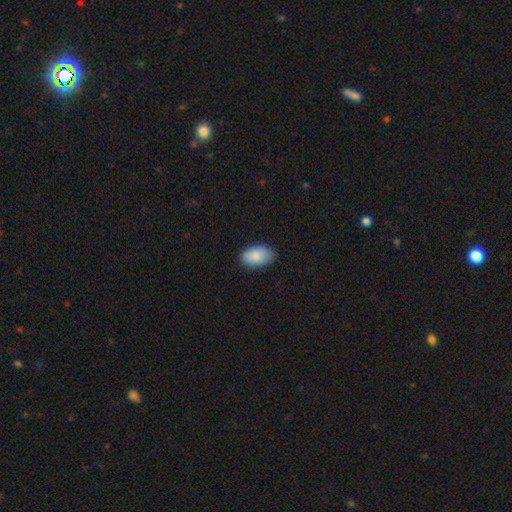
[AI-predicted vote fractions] This is clearly a smooth galaxy (87%). How rounded: clearly in between (93%). Merging: clearly none (83%).